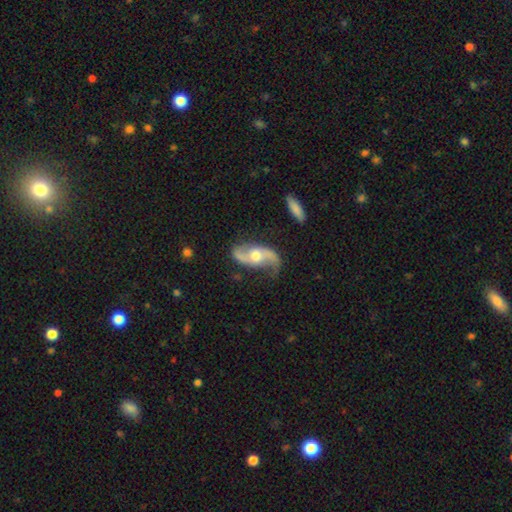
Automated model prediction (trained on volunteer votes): Smooth or featured?
  - featured or disk: 87% *
  - smooth: 8%
  - star or artifact: 5%
Edge-on disk?
  - no: 94% *
  - yes: 6%
Bar?
  - no: 55% *
  - weak: 33%
  - strong: 11%
Spiral arms?
  - yes: 96% *
  - no: 4%
Spiral winding?
  - loose: 74% *
  - medium: 21%
  - tight: 5%
Spiral arm count?
  - 2: 92% *
  - 1: 3%
  - can't tell: 2%
  - 3: 1%
  - 4: 1%
  - more than 4: 1%
Bulge size?
  - moderate: 68% *
  - small: 18%
  - large: 10%
  - none: 2%
  - dominant: 1%
Merging?
  - none: 71% *
  - minor disturbance: 18%
  - major disturbance: 8%
  - merger: 3%